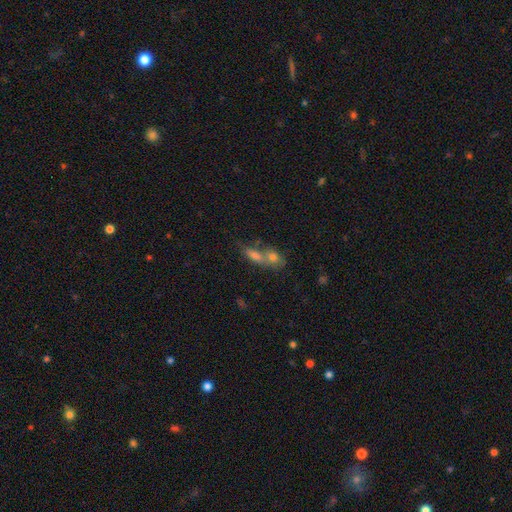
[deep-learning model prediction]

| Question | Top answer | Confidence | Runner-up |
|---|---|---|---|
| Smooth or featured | smooth | 59% | featured or disk (23%) |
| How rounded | in between | 58% | cigar-shaped (23%) |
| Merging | merger | 58% | none (29%) |